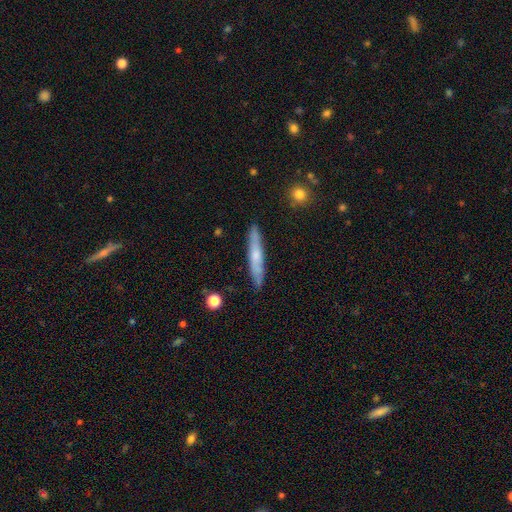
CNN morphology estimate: Smooth or featured? smooth (50%)
How rounded? cigar-shaped (92%)
Merging? none (87%)